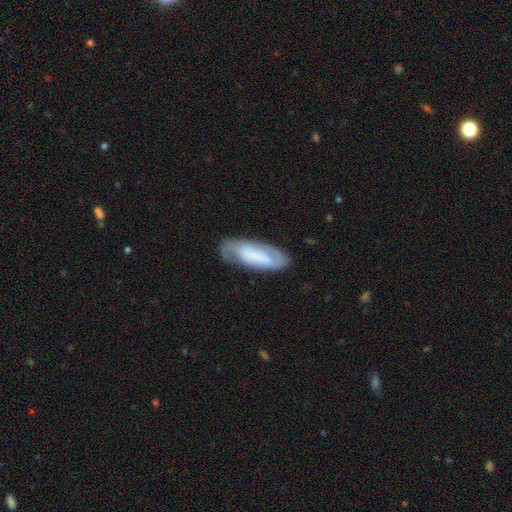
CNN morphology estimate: Q: Smooth or featured?
A: smooth (47%); runner-up: featured or disk (46%)
Q: Merging?
A: none (65%); runner-up: minor disturbance (24%)